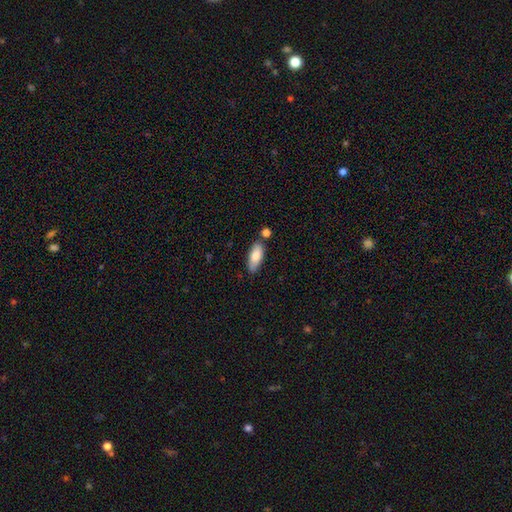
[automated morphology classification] smooth 83%, featured or disk 11%, star or artifact 6%. Down the decision tree: how rounded — in between (78%); merging — none (72%).